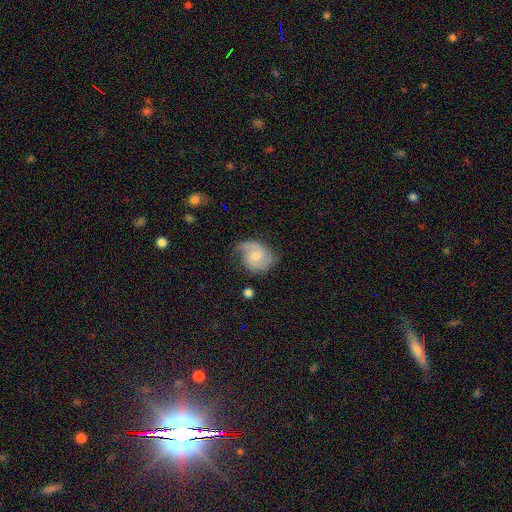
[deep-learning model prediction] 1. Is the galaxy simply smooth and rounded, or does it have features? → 75% featured or disk, 18% smooth, 6% star or artifact.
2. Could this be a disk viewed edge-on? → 98% no, 2% yes.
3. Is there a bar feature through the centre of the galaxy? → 59% no, 37% weak, 4% strong.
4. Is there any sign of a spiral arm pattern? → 95% yes, 5% no.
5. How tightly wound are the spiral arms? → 48% medium, 31% tight, 22% loose.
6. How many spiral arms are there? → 80% 2, 9% 1, 7% can't tell, 2% 3, 1% 4, 1% more than 4.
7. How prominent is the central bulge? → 46% small, 45% moderate, 5% none, 3% large, 1% dominant.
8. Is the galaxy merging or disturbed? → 62% none, 26% minor disturbance, 10% major disturbance, 2% merger.